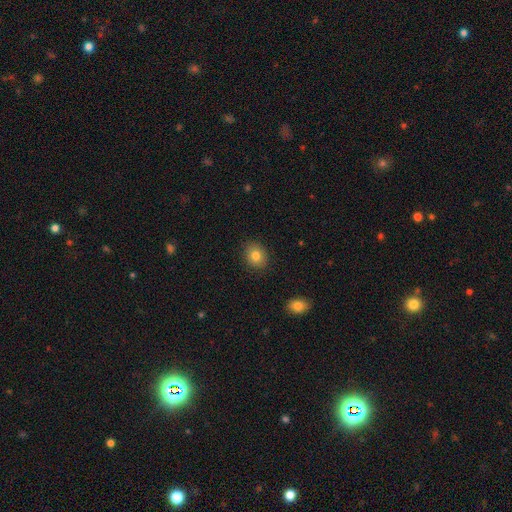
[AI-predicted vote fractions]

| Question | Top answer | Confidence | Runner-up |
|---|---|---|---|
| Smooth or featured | smooth | 80% | star or artifact (10%) |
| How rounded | round | 59% | in between (40%) |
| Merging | none | 87% | minor disturbance (9%) |